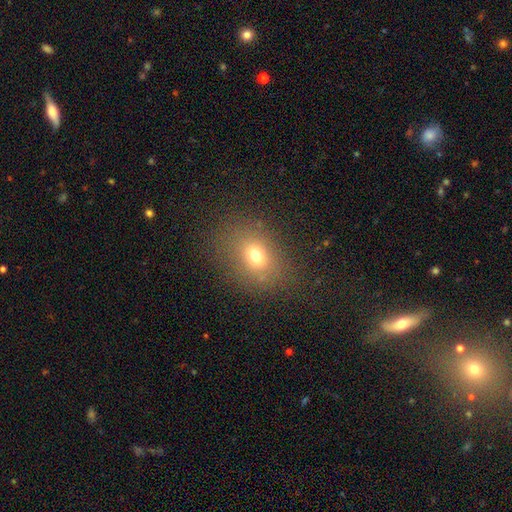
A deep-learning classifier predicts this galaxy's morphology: Smooth or featured: smooth — 69% (star or artifact — 17%)
How rounded: in between — 62% (round — 37%)
Merging: none — 79% (minor disturbance — 12%)